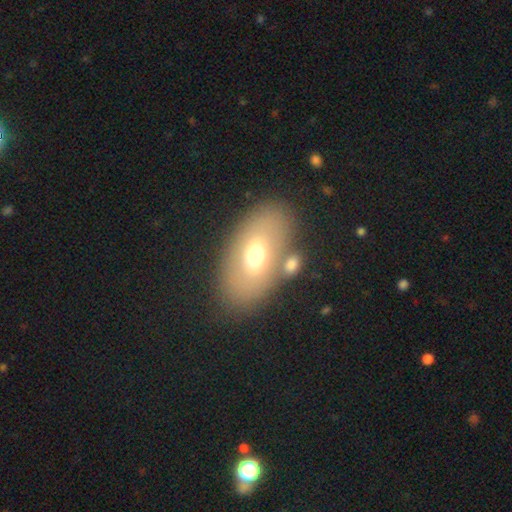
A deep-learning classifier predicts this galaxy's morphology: Smooth or featured? Predicted: smooth (p=0.62). How rounded? Predicted: in between (p=0.88). Merging? Predicted: none (p=0.69).